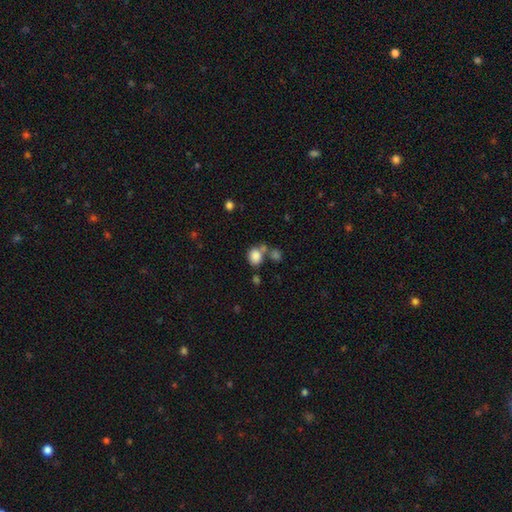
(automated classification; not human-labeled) Overall: smooth (83%). How rounded: round (51%; in between 48%). Merging: none (47%; merger 33%).